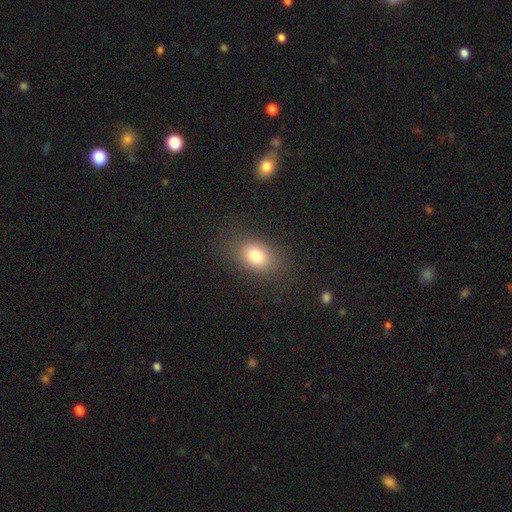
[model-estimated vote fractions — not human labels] A smooth galaxy with no disk features (79%) that is in between round and cigar-shaped (72%). Merging: none (81%).